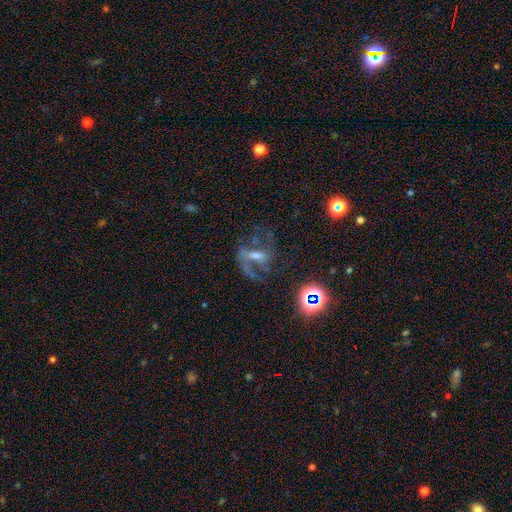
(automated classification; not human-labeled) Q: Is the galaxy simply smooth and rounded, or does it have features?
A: featured or disk — 68%.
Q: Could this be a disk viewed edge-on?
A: no — 95%.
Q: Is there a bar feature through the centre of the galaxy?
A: weak — 41%.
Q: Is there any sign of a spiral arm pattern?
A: yes — 84%.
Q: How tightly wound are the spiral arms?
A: medium — 46%.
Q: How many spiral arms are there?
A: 2 — 68%.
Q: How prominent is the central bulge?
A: moderate — 41%.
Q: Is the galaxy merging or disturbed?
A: none — 54%.